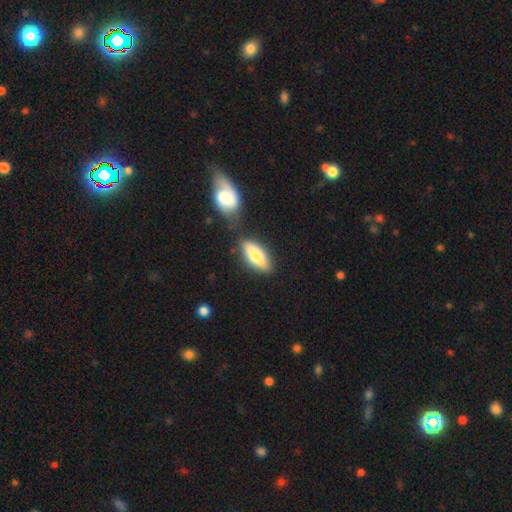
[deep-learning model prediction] This appears to be a smooth galaxy with no disk features (72%) that is in between round and cigar-shaped (81%). Merging: none (73%).